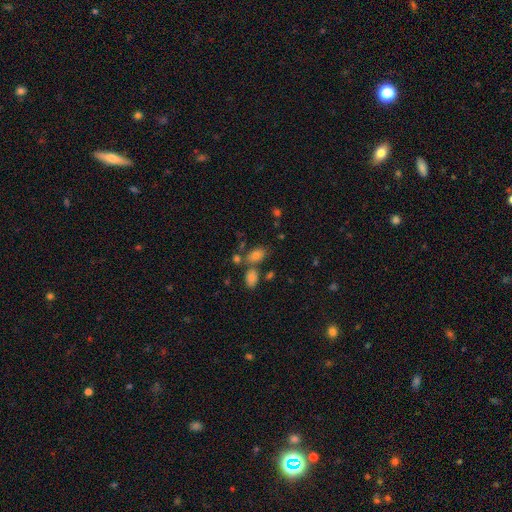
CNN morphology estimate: This appears to be a smooth galaxy with no disk features (74%) that is in between round and cigar-shaped (84%). Merging: none (56%).